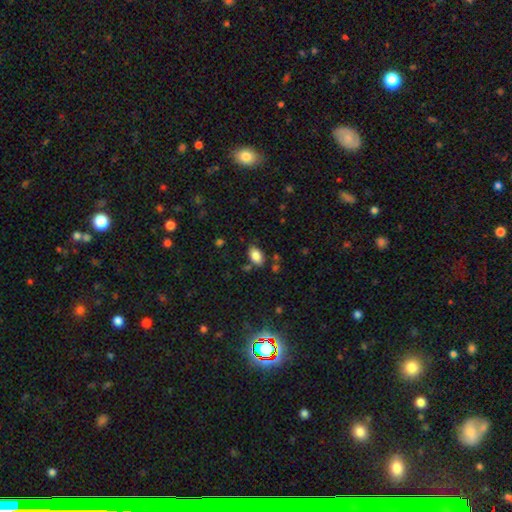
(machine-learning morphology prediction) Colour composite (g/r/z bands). It shows a smooth galaxy with no disk features (83%) that is in between round and cigar-shaped (92%). Merging: none (78%).